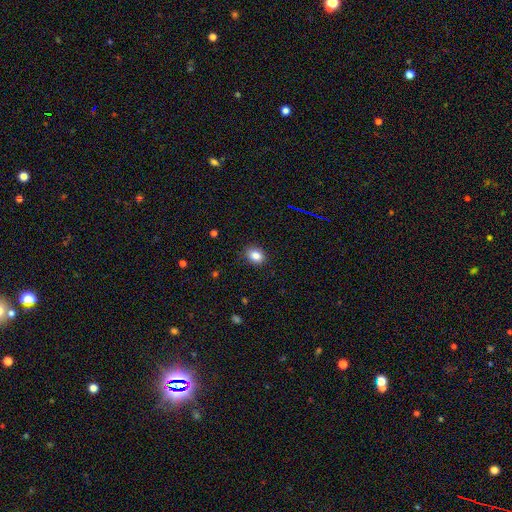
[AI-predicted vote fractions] Smooth or featured? smooth (85%)
How rounded? in between (58%)
Merging? none (87%)